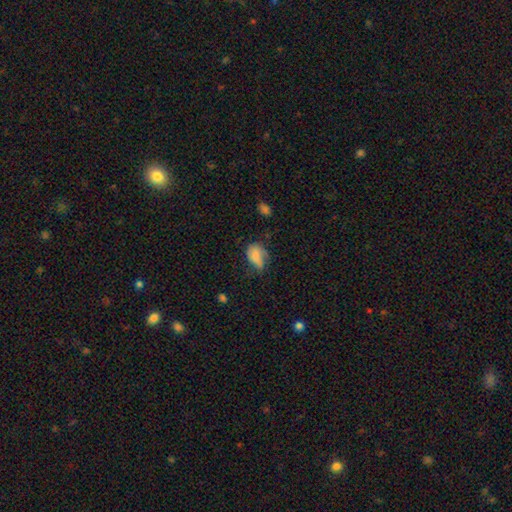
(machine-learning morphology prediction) Smooth or featured?
  - smooth: 75% *
  - featured or disk: 16%
  - star or artifact: 9%
How rounded?
  - in between: 81% *
  - round: 17%
  - cigar-shaped: 2%
Merging?
  - minor disturbance: 39% *
  - none: 33%
  - major disturbance: 24%
  - merger: 3%